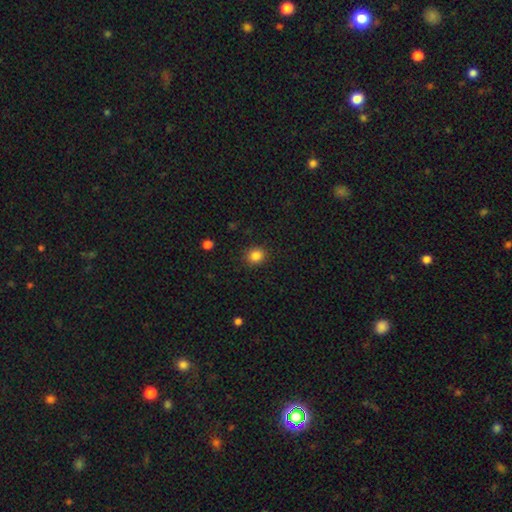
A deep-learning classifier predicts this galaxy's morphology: Smooth or featured: smooth — 85% (star or artifact — 11%)
How rounded: round — 80% (in between — 19%)
Merging: none — 89% (minor disturbance — 7%)